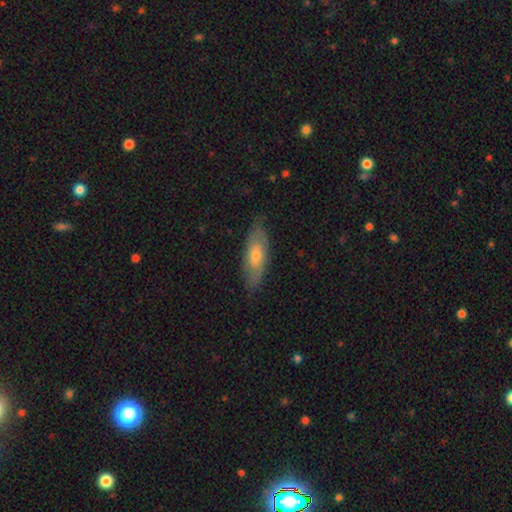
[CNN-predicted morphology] A smooth galaxy with no disk features (52%) that is in between round and cigar-shaped (61%).

Vote fractions:
- Smooth or featured? smooth: 52% / featured or disk: 43% / star or artifact: 6%
- How rounded? in between: 61% / cigar-shaped: 37% / round: 2%
- Merging? none: 77% / minor disturbance: 18% / major disturbance: 4% / merger: 1%